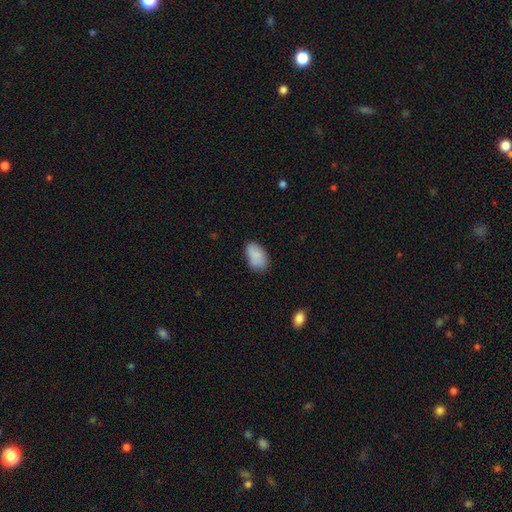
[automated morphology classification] A smooth galaxy with no disk features (86%) that is in between round and cigar-shaped (92%).

Vote fractions:
- Smooth or featured? smooth: 86% / star or artifact: 7% / featured or disk: 7%
- How rounded? in between: 92% / round: 6% / cigar-shaped: 1%
- Merging? none: 71% / minor disturbance: 23% / major disturbance: 5% / merger: 2%